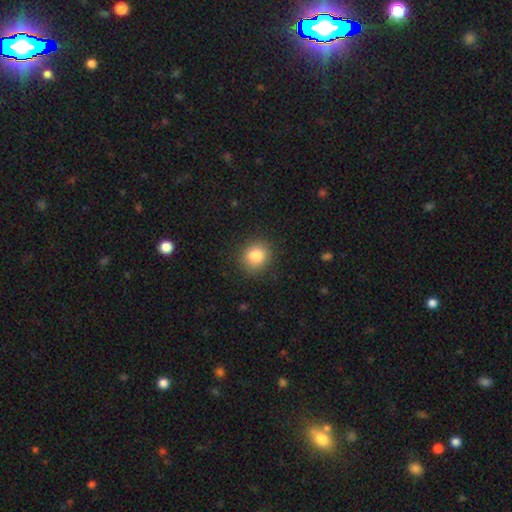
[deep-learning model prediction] This is clearly a smooth galaxy (83%). How rounded: likely round (77%). Merging: clearly none (88%).